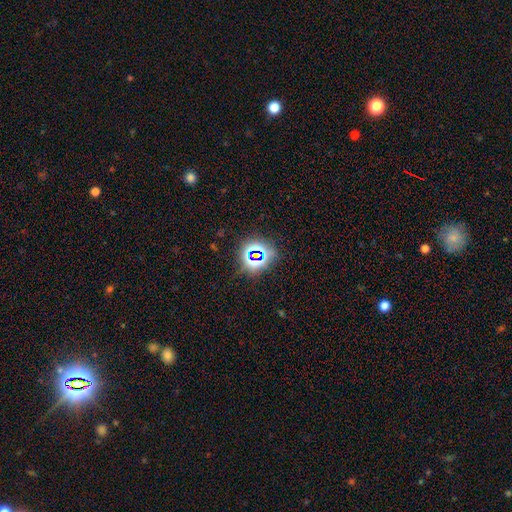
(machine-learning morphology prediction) This appears to be a star or artifact, not a galaxy (69%).